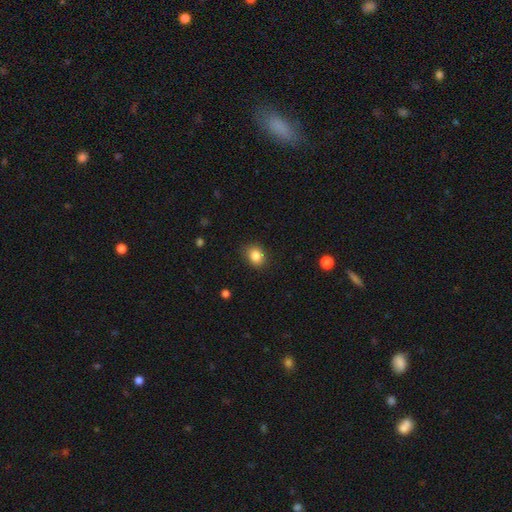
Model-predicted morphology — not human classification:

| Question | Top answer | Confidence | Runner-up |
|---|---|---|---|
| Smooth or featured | smooth | 85% | star or artifact (10%) |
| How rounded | round | 55% | in between (44%) |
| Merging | none | 84% | minor disturbance (12%) |